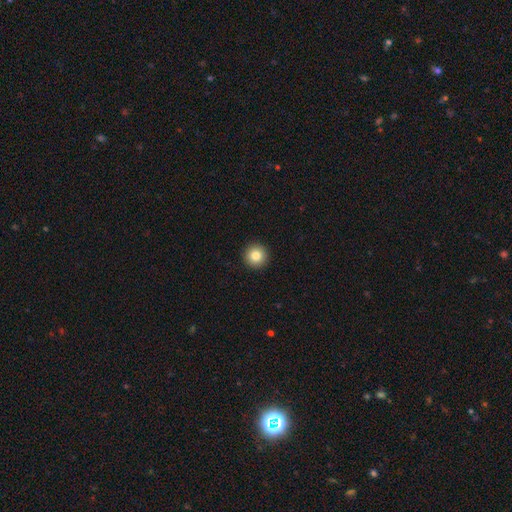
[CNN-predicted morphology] type=smooth (83%); roundness=round (96%); merging=none (94%).